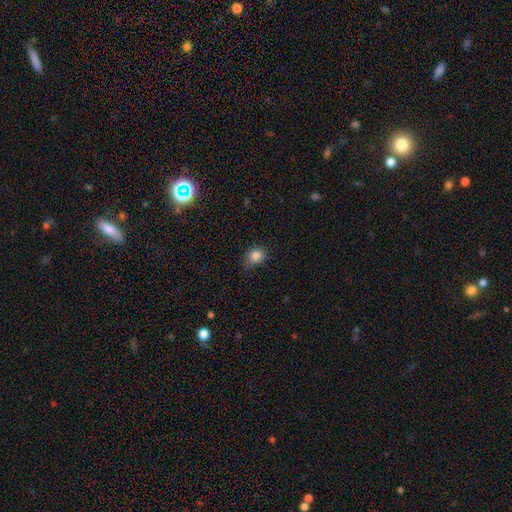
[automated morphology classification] The model was most divided on "how rounded": round: 62%, in between: 37%, cigar-shaped: 1%. More confident: smooth or featured — smooth (83%); merging — none (71%).